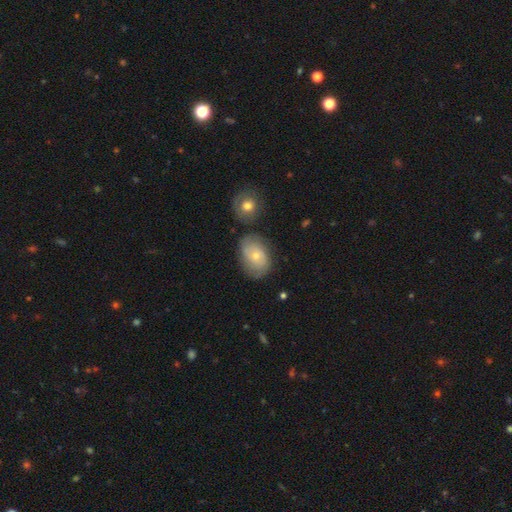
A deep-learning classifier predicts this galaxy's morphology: Smooth or featured? Predicted: smooth (p=0.48). Merging? Predicted: none (p=0.66).